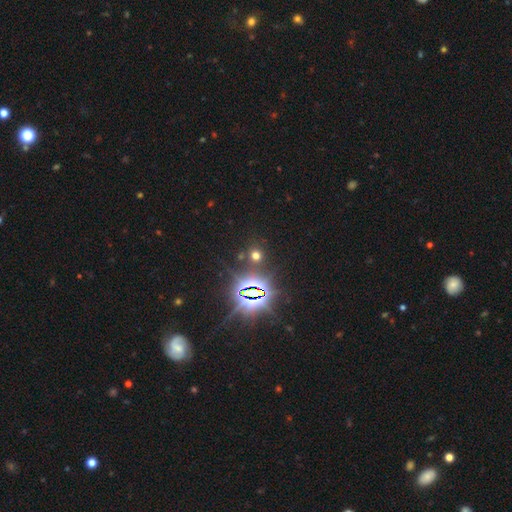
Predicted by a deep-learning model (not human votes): A star or artifact, not a galaxy (49%).